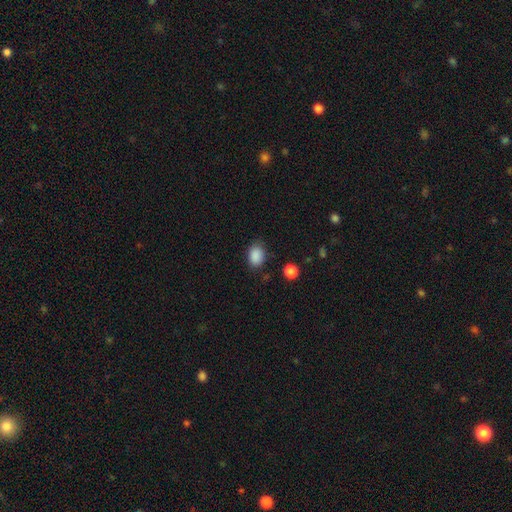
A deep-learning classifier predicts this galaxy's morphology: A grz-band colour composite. It shows a smooth galaxy with no disk features (88%) that is in between round and cigar-shaped (69%). Merging: none (79%).